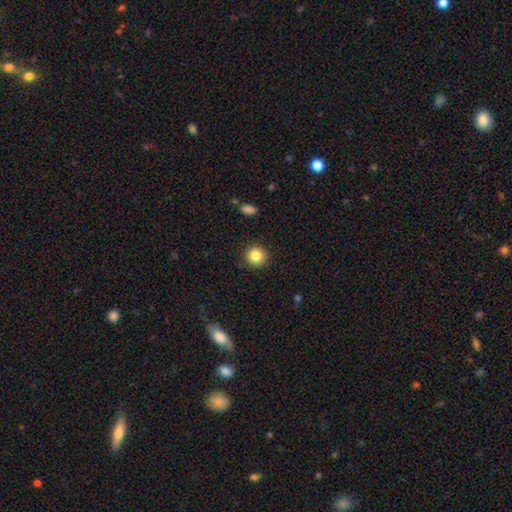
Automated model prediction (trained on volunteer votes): smooth_or_featured: smooth (p=0.84) [alt: star or artifact p=0.10]
how_rounded: round (p=0.92) [alt: in between p=0.07]
merging: none (p=0.90) [alt: minor disturbance p=0.06]